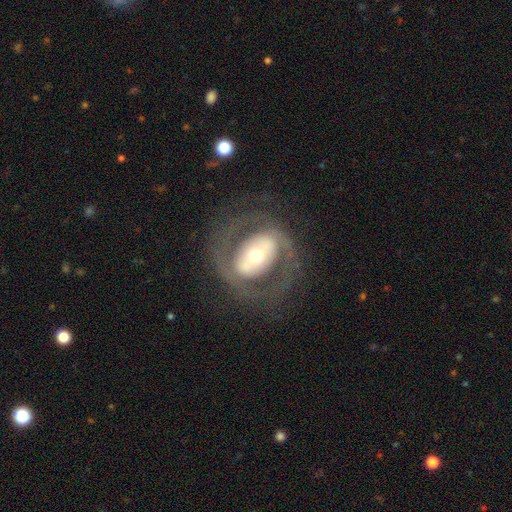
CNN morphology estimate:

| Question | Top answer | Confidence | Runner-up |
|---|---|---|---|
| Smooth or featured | featured or disk | 76% | smooth (18%) |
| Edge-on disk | no | 94% | yes (6%) |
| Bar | strong | 43% | no (32%) |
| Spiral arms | yes | 56% | no (44%) |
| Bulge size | moderate | 60% | small (24%) |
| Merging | none | 72% | major disturbance (14%) |